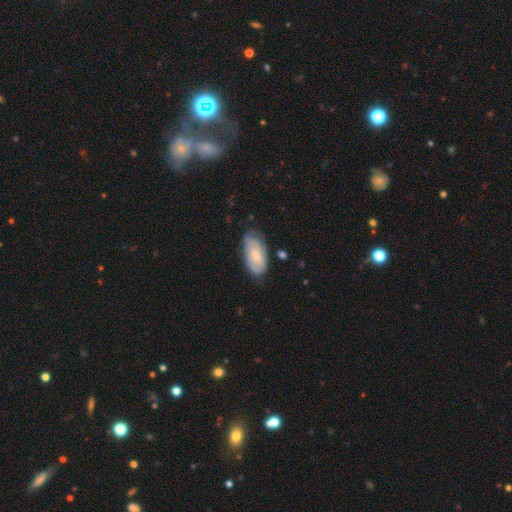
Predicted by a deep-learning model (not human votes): A smooth galaxy with no disk features (61%) that is in between round and cigar-shaped (92%).

Vote fractions:
- Smooth or featured? smooth: 61% / featured or disk: 32% / star or artifact: 6%
- How rounded? in between: 92% / cigar-shaped: 5% / round: 3%
- Merging? none: 58% / minor disturbance: 32% / major disturbance: 8% / merger: 3%